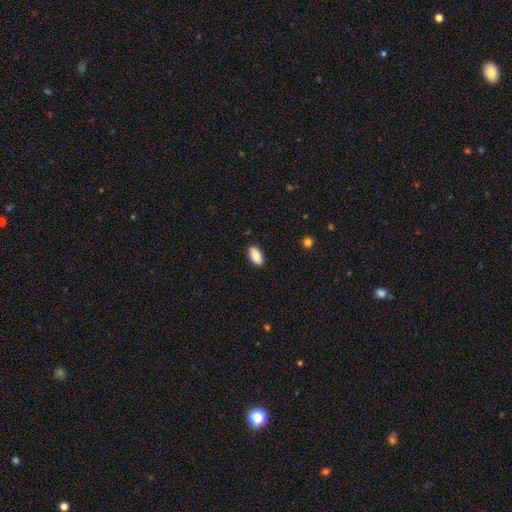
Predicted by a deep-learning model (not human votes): A smooth galaxy with no disk features (90%) that is in between round and cigar-shaped (94%). Merging: none (89%).